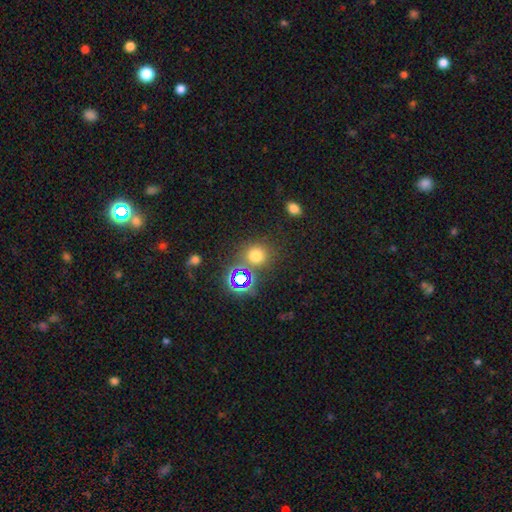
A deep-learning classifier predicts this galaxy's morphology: smooth 64%, star or artifact 29%, featured or disk 7%. Down the decision tree: how rounded — round (86%); merging — none (76%).